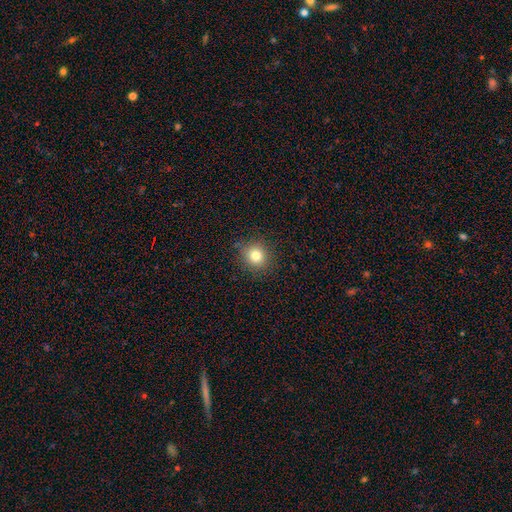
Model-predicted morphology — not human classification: This appears to be a smooth galaxy with no disk features (80%) that is round (88%). Merging: none (87%).